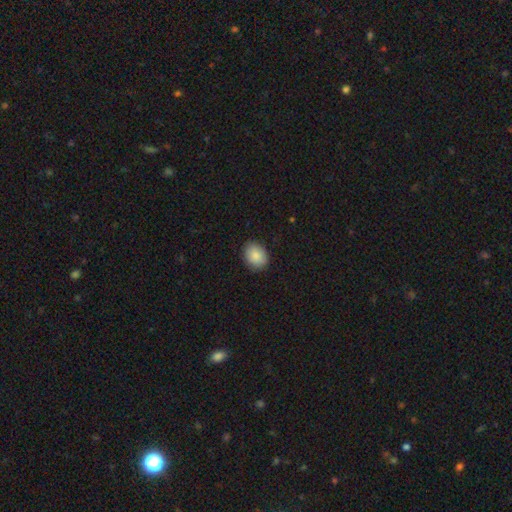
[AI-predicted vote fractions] smooth_or_featured: smooth (p=0.88) [alt: star or artifact p=0.07]
how_rounded: in between (p=0.62) [alt: round p=0.37]
merging: none (p=0.87) [alt: minor disturbance p=0.10]